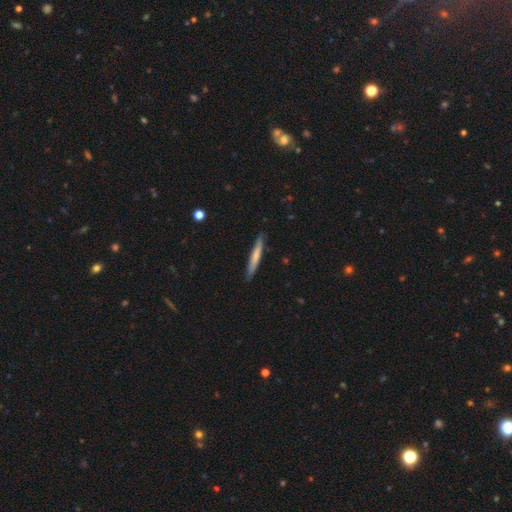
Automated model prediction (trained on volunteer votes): Q: Smooth or featured?
A: smooth (66%); runner-up: featured or disk (29%)
Q: How rounded?
A: cigar-shaped (95%); runner-up: in between (3%)
Q: Merging?
A: none (88%); runner-up: minor disturbance (10%)